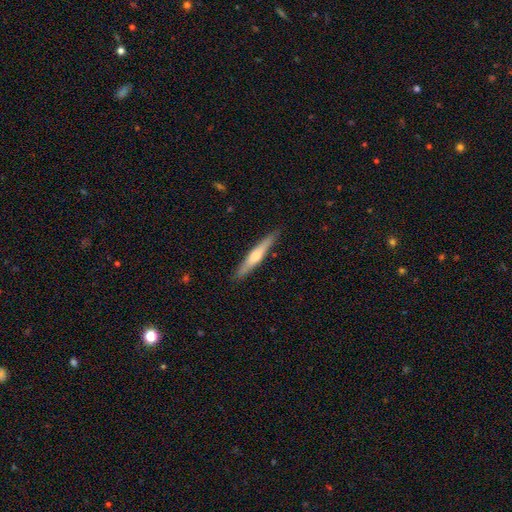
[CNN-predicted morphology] Smooth or featured? smooth (50%)
How rounded? cigar-shaped (93%)
Merging? none (88%)